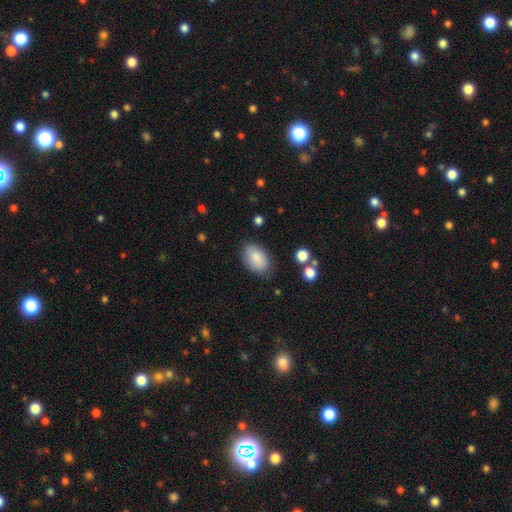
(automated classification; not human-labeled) smooth 85%, featured or disk 8%, star or artifact 7%. Down the decision tree: how rounded — in between (90%); merging — none (78%).